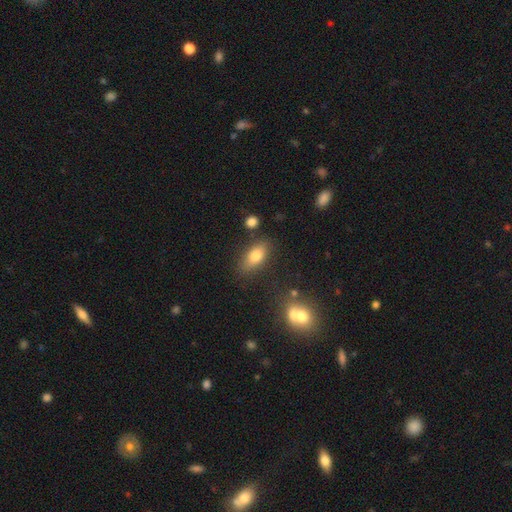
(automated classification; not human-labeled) Smooth or featured: smooth — 77% (featured or disk — 15%)
How rounded: in between — 84% (cigar-shaped — 11%)
Merging: none — 78% (minor disturbance — 14%)